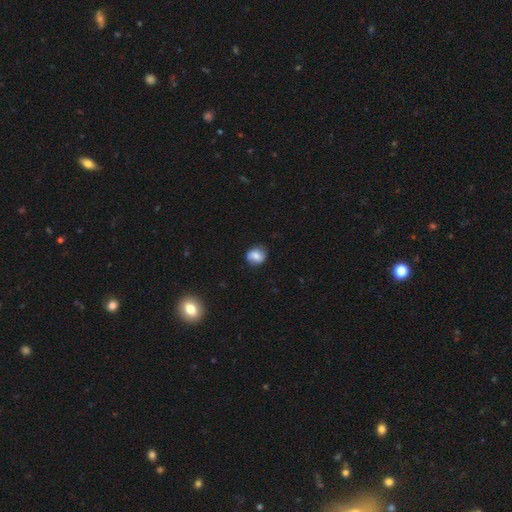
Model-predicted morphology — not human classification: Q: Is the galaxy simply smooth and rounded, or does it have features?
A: smooth — 69%.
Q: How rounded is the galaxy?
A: round — 73%.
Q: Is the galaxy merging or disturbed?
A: none — 77%.